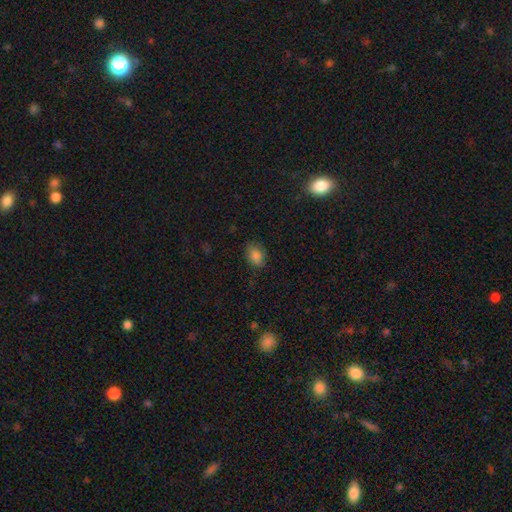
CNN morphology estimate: smooth_or_featured: smooth (p=0.83) [alt: star or artifact p=0.10]
how_rounded: in between (p=0.72) [alt: round p=0.26]
merging: none (p=0.75) [alt: minor disturbance p=0.19]